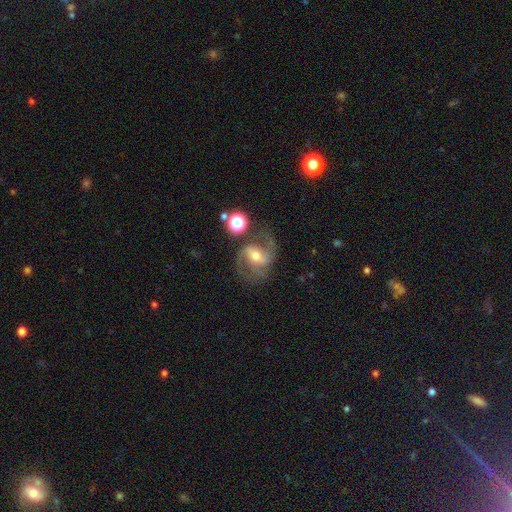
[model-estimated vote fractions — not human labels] Smooth or featured?
  - featured or disk: 81% *
  - smooth: 10%
  - star or artifact: 8%
Edge-on disk?
  - no: 97% *
  - yes: 3%
Bar?
  - weak: 47% *
  - strong: 30%
  - no: 23%
Spiral arms?
  - yes: 95% *
  - no: 5%
Spiral winding?
  - medium: 53% *
  - loose: 32%
  - tight: 15%
Spiral arm count?
  - 2: 77% *
  - 3: 9%
  - can't tell: 7%
  - 1: 3%
  - 4: 2%
  - more than 4: 2%
Bulge size?
  - moderate: 57% *
  - small: 35%
  - large: 5%
  - none: 2%
  - dominant: 1%
Merging?
  - none: 64% *
  - minor disturbance: 17%
  - major disturbance: 13%
  - merger: 6%